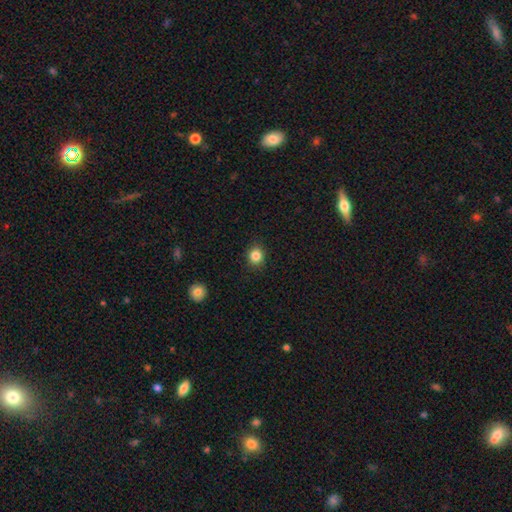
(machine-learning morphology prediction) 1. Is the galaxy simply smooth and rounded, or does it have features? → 85% smooth, 11% star or artifact, 5% featured or disk.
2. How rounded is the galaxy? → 79% round, 20% in between, 1% cigar-shaped.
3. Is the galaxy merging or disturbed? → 89% none, 8% minor disturbance, 2% major disturbance, 1% merger.